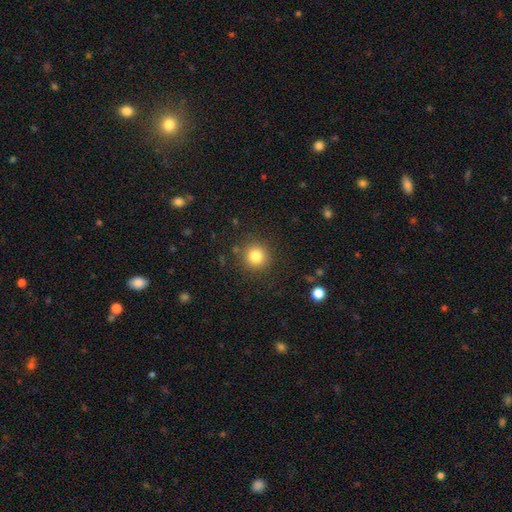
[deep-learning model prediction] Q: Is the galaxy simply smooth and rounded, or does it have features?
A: smooth — 81%.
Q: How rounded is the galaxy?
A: round — 94%.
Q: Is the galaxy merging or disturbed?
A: none — 88%.